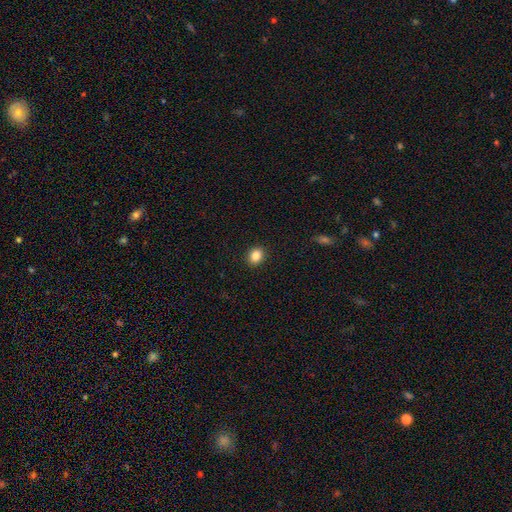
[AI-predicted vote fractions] A smooth galaxy with no disk features (86%) that is round (57%). Merging: none (92%).